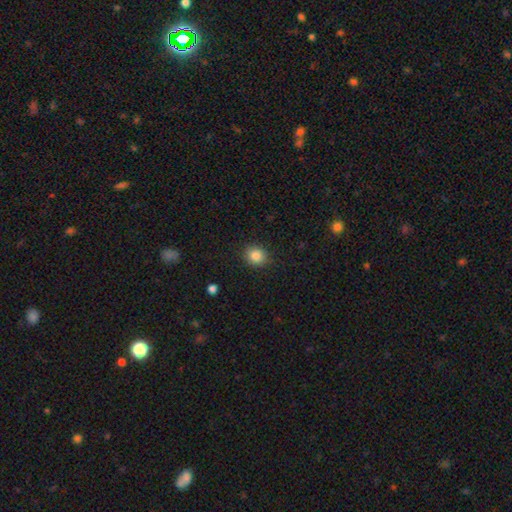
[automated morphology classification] smooth-or-featured: smooth: 85% | star or artifact: 10% | featured or disk: 5%
  how-rounded: round: 73% | in between: 26% | cigar-shaped: 1%
  merging: none: 89% | minor disturbance: 8% | major disturbance: 2% | merger: 1%